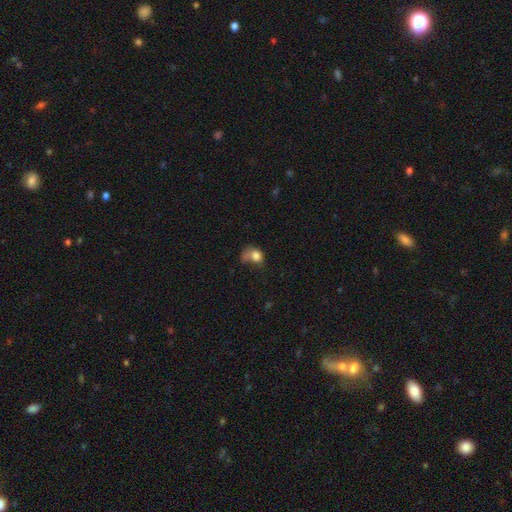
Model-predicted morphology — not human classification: This is likely a smooth galaxy (75%). How rounded: possibly in between (55%). Merging: marginally major disturbance (39%).